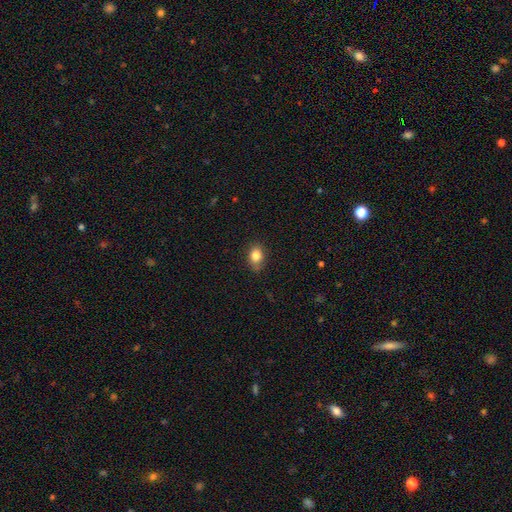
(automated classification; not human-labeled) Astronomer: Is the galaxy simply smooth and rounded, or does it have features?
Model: smooth — 82%.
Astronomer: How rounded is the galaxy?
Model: in between — 73%.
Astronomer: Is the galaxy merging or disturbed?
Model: none — 79%.